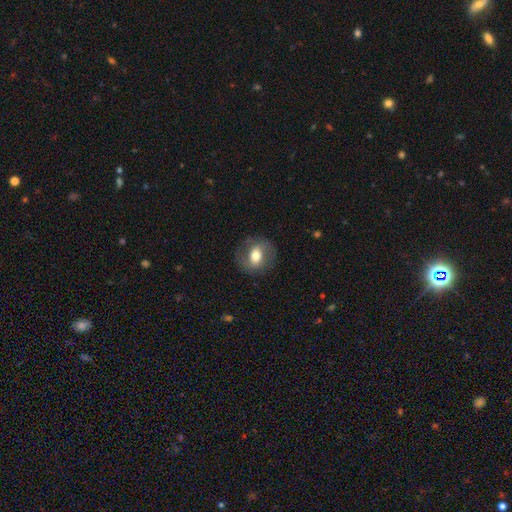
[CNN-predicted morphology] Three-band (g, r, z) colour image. It shows a smooth galaxy with no disk features (48%). Merging: none (79%).